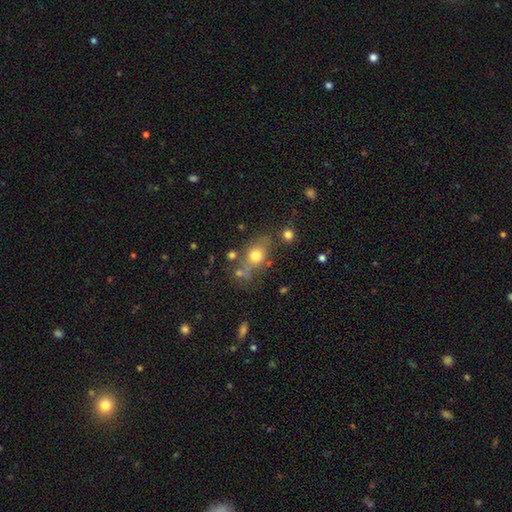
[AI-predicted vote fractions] Smooth or featured? smooth (70%)
How rounded? in between (53%)
Merging? none (59%)